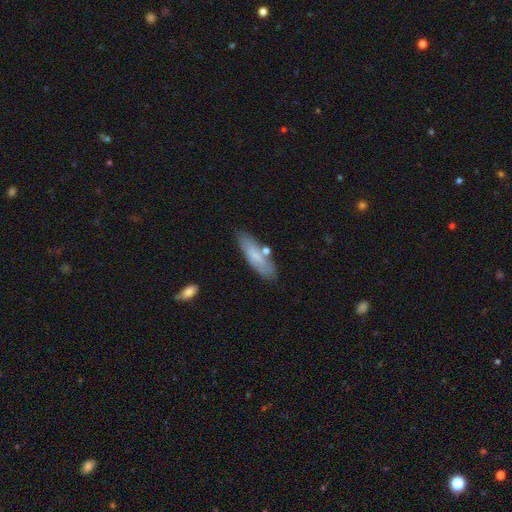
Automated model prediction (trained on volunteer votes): Q: Smooth or featured?
A: smooth (69%); runner-up: featured or disk (24%)
Q: How rounded?
A: cigar-shaped (53%); runner-up: in between (45%)
Q: Merging?
A: none (72%); runner-up: minor disturbance (17%)